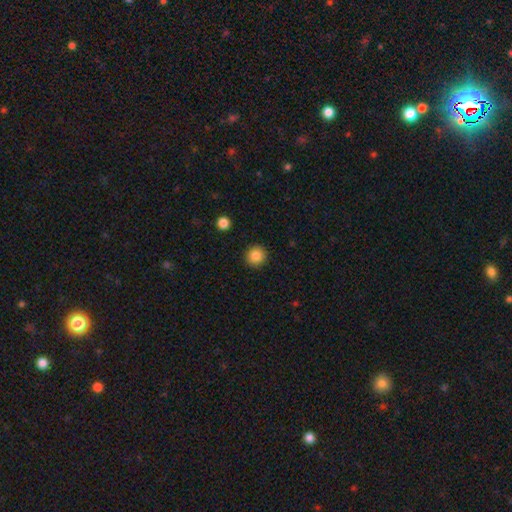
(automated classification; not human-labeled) Smooth or featured?
  - smooth: 86% *
  - star or artifact: 9%
  - featured or disk: 5%
How rounded?
  - round: 94% *
  - in between: 5%
  - cigar-shaped: 1%
Merging?
  - none: 92% *
  - minor disturbance: 5%
  - major disturbance: 2%
  - merger: 1%